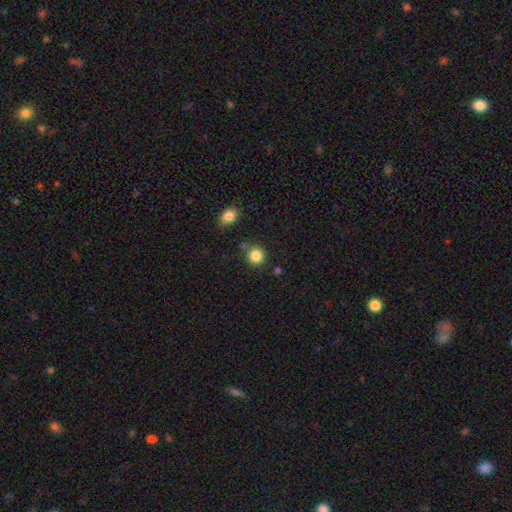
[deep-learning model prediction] Smooth or featured? Predicted: smooth (p=0.85). How rounded? Predicted: round (p=0.90). Merging? Predicted: none (p=0.80).